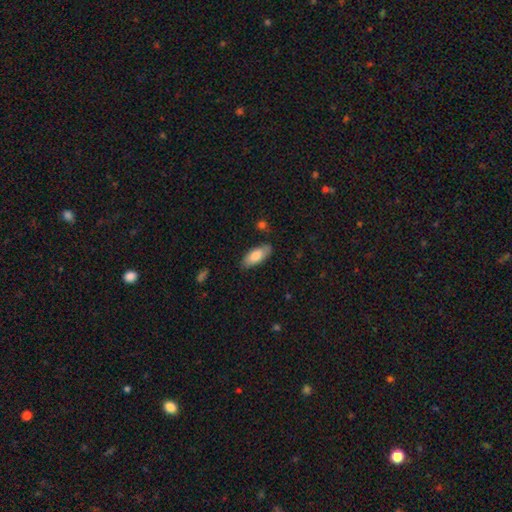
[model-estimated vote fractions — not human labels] Q: Smooth or featured?
A: smooth (80%); runner-up: featured or disk (15%)
Q: How rounded?
A: in between (83%); runner-up: cigar-shaped (15%)
Q: Merging?
A: none (80%); runner-up: minor disturbance (15%)